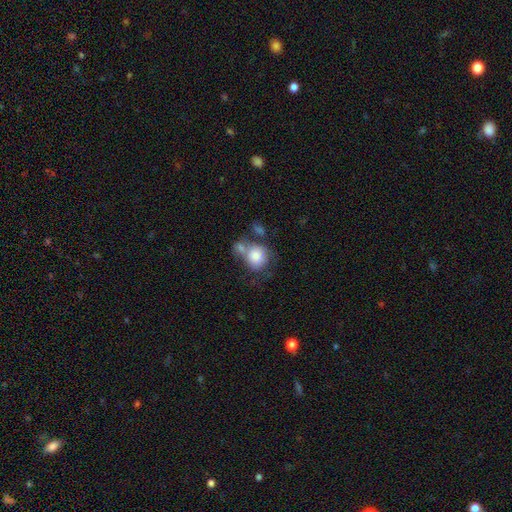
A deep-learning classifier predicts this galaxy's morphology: Smooth or featured? Predicted: smooth (p=0.79). How rounded? Predicted: round (p=0.76). Merging? Predicted: merger (p=0.42).